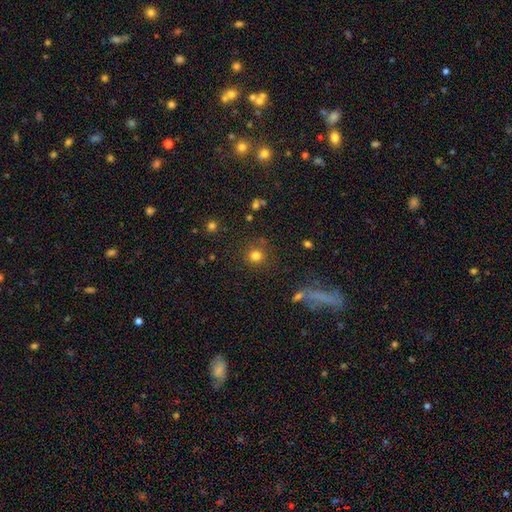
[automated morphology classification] The model was most divided on "smooth or featured": smooth: 79%, star or artifact: 15%, featured or disk: 6%. More confident: how rounded — round (92%); merging — none (85%).